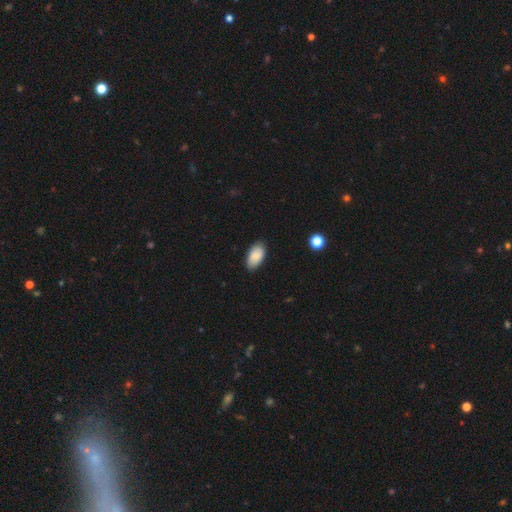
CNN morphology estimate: Smooth or featured?
  - smooth: 86% *
  - featured or disk: 7%
  - star or artifact: 7%
How rounded?
  - in between: 95% *
  - round: 3%
  - cigar-shaped: 2%
Merging?
  - none: 84% *
  - minor disturbance: 13%
  - major disturbance: 2%
  - merger: 1%